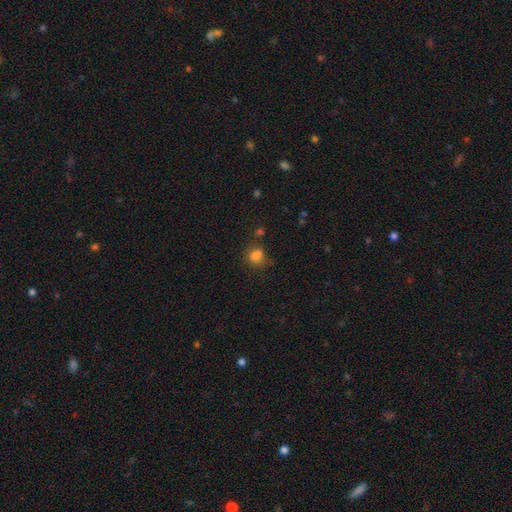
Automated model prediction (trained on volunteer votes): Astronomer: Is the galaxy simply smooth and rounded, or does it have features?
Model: smooth — 79%.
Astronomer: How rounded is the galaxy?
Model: round — 72%.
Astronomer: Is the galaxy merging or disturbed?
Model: none — 60%.